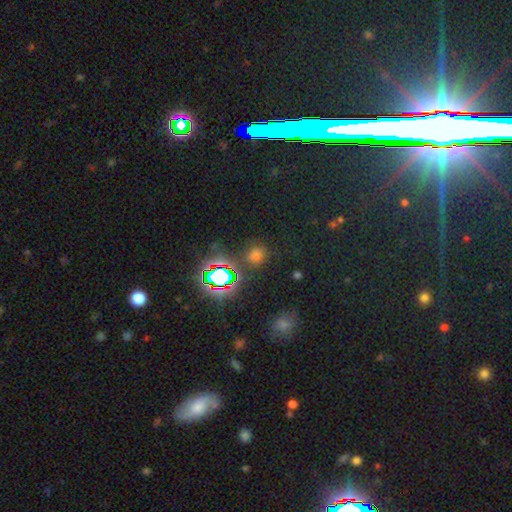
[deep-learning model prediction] smooth 49%, star or artifact 45%, featured or disk 6%. Down the decision tree: merging — none (79%).